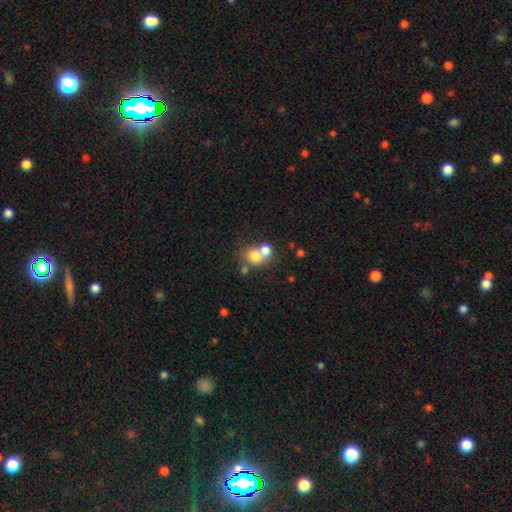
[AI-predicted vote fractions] smooth_or_featured: smooth (p=0.73) [alt: featured or disk p=0.15]
how_rounded: round (p=0.73) [alt: in between p=0.26]
merging: merger (p=0.55) [alt: none p=0.35]